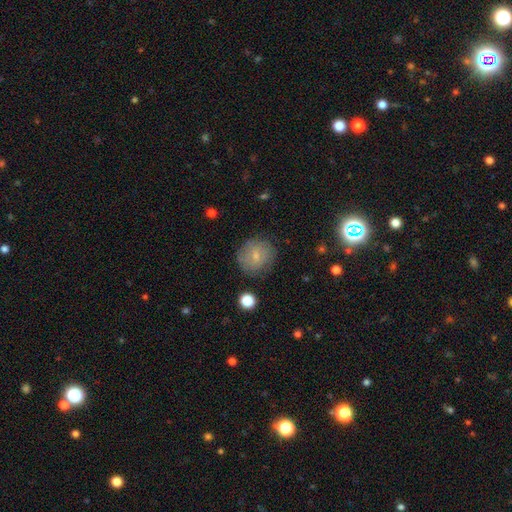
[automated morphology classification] smooth 68%, featured or disk 23%, star or artifact 10%. Down the decision tree: how rounded — round (85%); merging — none (81%).